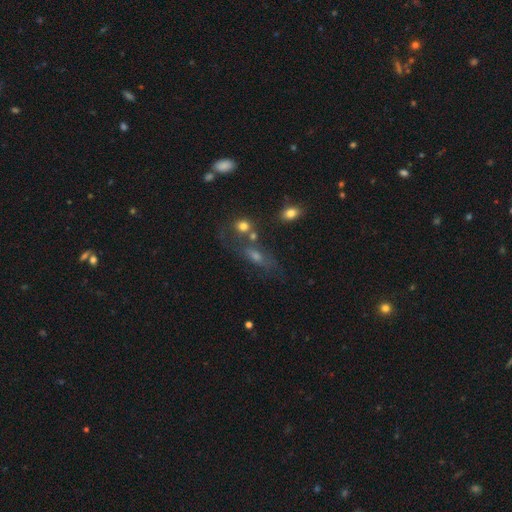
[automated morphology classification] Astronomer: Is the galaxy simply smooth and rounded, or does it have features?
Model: featured or disk — 40% (runner-up: smooth, 39%).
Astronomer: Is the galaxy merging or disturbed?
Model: none — 51%.